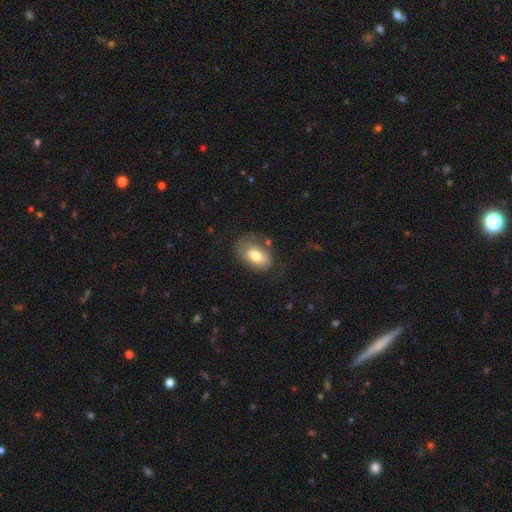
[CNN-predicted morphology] smooth_or_featured: smooth (p=0.75) [alt: featured or disk p=0.18]
how_rounded: in between (p=0.87) [alt: round p=0.12]
merging: none (p=0.57) [alt: minor disturbance p=0.27]